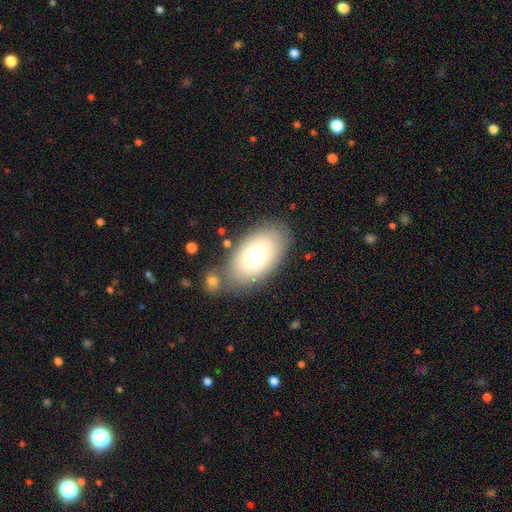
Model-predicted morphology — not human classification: smooth_or_featured: smooth (p=0.75) [alt: featured or disk p=0.17]
how_rounded: in between (p=0.93) [alt: round p=0.06]
merging: none (p=0.72) [alt: minor disturbance p=0.13]